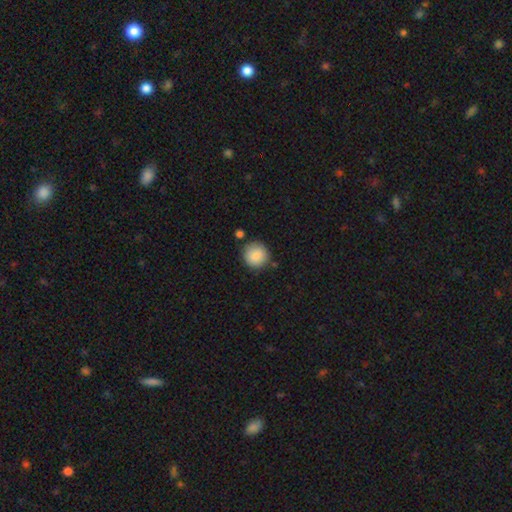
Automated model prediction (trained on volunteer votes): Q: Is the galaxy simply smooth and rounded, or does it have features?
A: smooth — 88%.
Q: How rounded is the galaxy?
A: round — 94%.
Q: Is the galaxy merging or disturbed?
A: none — 83%.